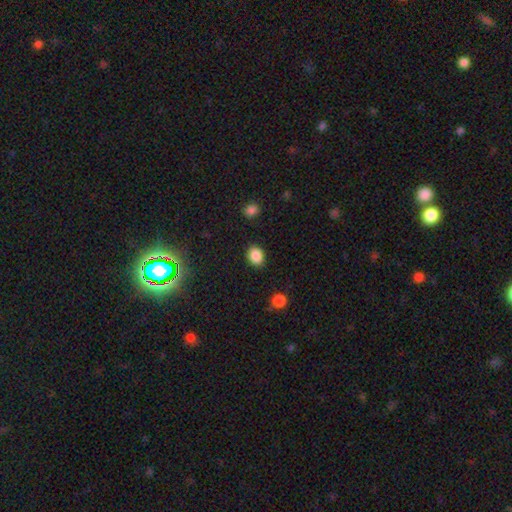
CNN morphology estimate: The model was most divided on "how rounded": in between: 56%, round: 43%, cigar-shaped: 1%. More confident: merging — none (87%); smooth or featured — smooth (87%).